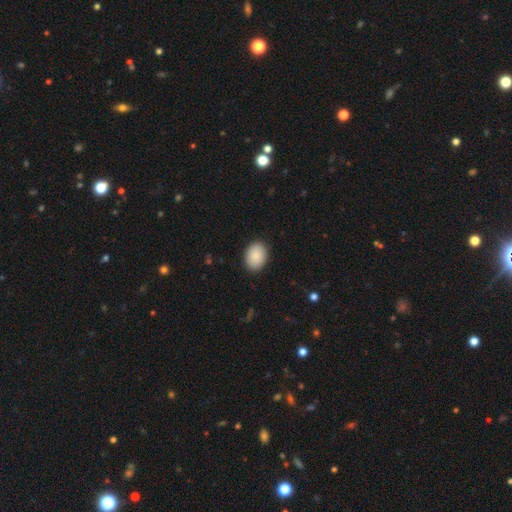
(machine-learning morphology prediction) Smooth or featured? smooth (89%)
How rounded? in between (73%)
Merging? none (89%)